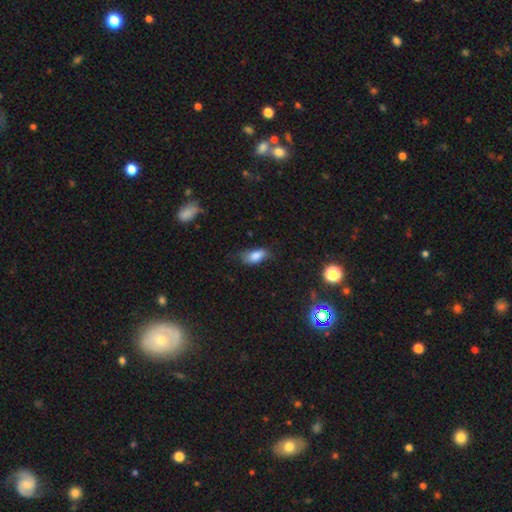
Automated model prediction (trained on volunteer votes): Smooth or featured? smooth (81%)
How rounded? in between (88%)
Merging? none (54%)